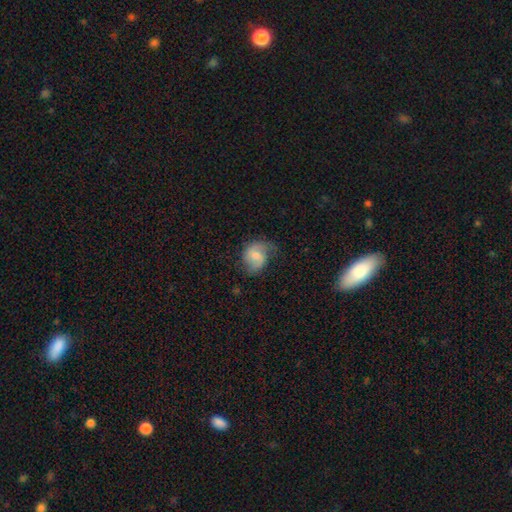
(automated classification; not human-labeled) Q: Smooth or featured?
A: featured or disk (54%); runner-up: smooth (39%)
Q: Edge-on disk?
A: no (97%); runner-up: yes (3%)
Q: Bar?
A: weak (47%); runner-up: no (44%)
Q: Spiral arms?
A: yes (89%); runner-up: no (11%)
Q: Bulge size?
A: moderate (45%); runner-up: small (41%)
Q: Merging?
A: none (55%); runner-up: minor disturbance (29%)